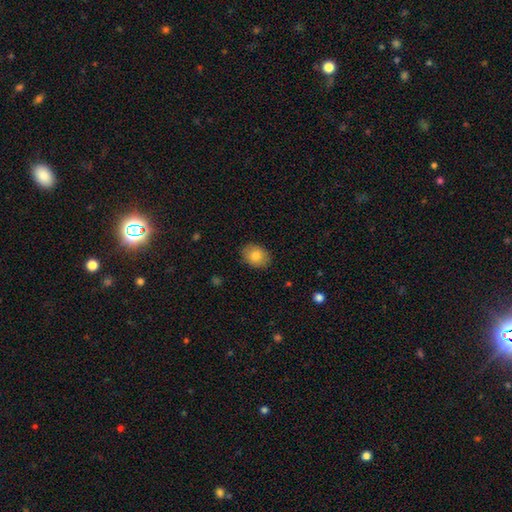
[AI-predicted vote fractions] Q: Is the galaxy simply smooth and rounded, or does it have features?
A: smooth — 83%.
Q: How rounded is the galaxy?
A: in between — 62%.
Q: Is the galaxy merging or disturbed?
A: none — 86%.